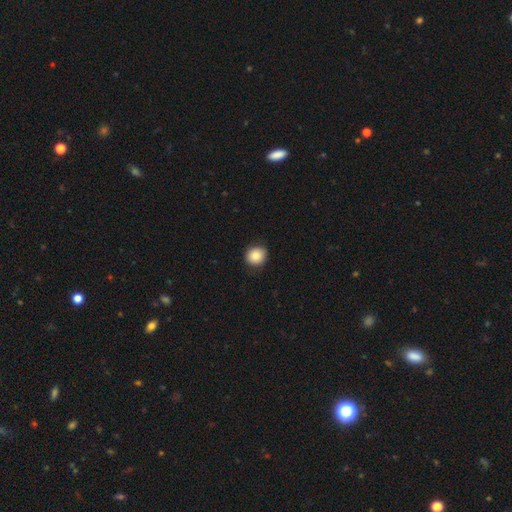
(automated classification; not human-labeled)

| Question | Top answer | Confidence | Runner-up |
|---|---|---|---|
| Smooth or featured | smooth | 85% | star or artifact (9%) |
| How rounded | round | 87% | in between (12%) |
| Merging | none | 87% | minor disturbance (10%) |